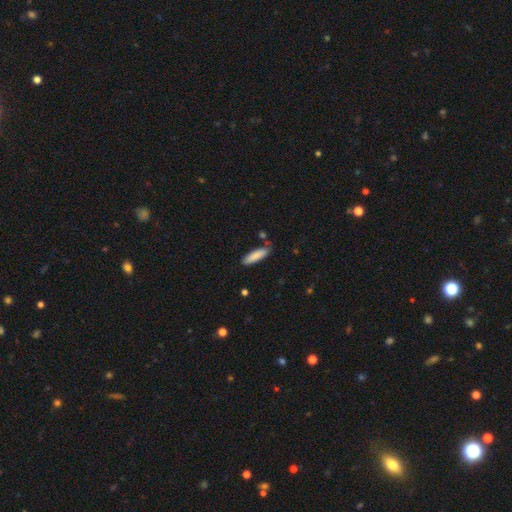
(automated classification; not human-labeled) smooth 86%, featured or disk 8%, star or artifact 6%. Down the decision tree: how rounded — cigar-shaped (62%); merging — none (79%).